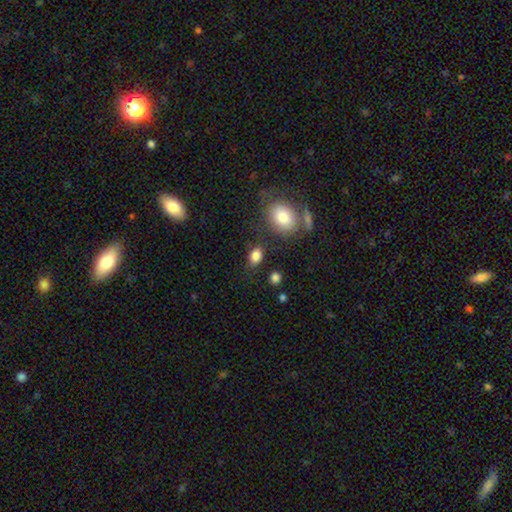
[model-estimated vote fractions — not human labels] smooth 85%, star or artifact 9%, featured or disk 6%. Down the decision tree: how rounded — in between (79%); merging — none (74%).